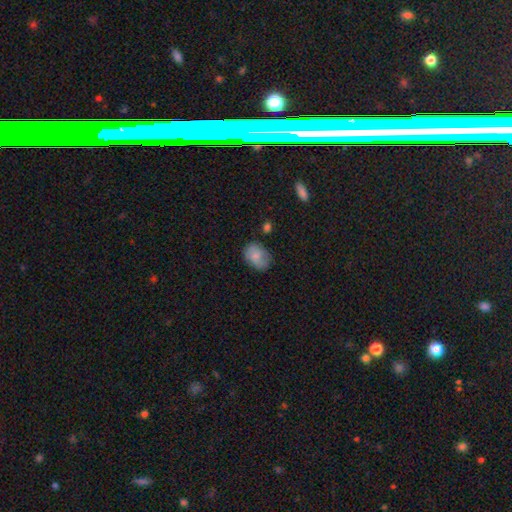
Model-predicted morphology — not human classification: Smooth or featured? smooth (73%)
How rounded? in between (72%)
Merging? none (69%)